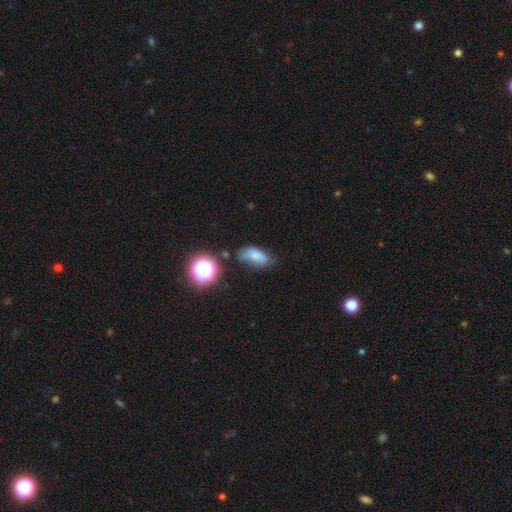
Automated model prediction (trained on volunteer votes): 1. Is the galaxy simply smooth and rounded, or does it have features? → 72% smooth, 14% star or artifact, 14% featured or disk.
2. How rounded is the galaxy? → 84% in between, 9% round, 7% cigar-shaped.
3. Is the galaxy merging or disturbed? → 42% none, 33% minor disturbance, 16% major disturbance, 8% merger.